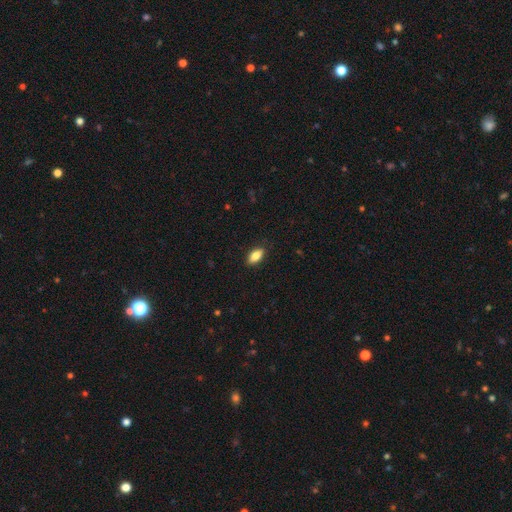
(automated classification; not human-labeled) Smooth or featured: smooth — 83% (featured or disk — 9%)
How rounded: in between — 87% (cigar-shaped — 10%)
Merging: none — 87% (minor disturbance — 10%)